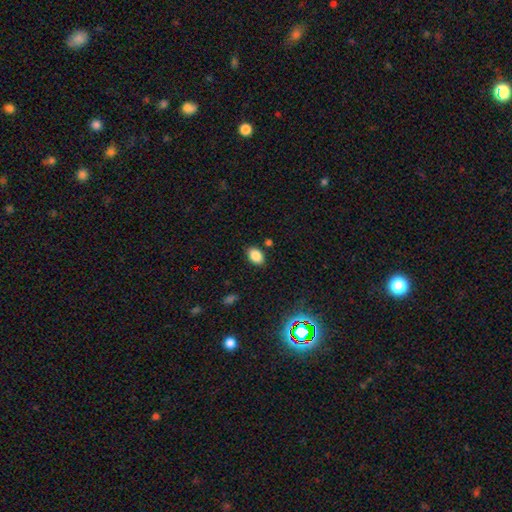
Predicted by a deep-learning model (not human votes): smooth_or_featured: smooth (p=0.85) [alt: star or artifact p=0.10]
how_rounded: in between (p=0.83) [alt: round p=0.16]
merging: none (p=0.83) [alt: minor disturbance p=0.11]